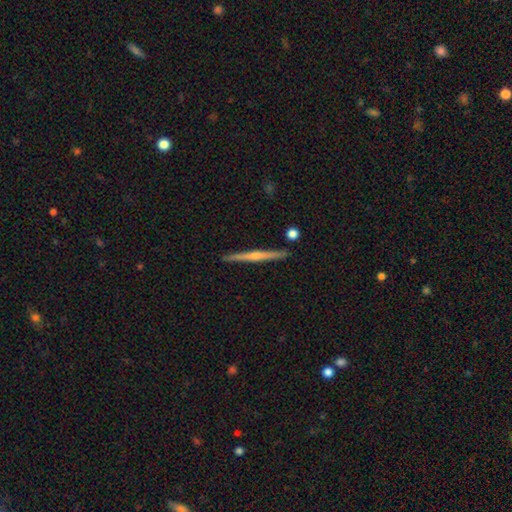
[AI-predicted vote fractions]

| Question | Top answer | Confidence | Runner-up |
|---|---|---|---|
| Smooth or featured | featured or disk | 66% | smooth (29%) |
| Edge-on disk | yes | 98% | no (2%) |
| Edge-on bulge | rounded | 63% | none (30%) |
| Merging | none | 90% | minor disturbance (6%) |